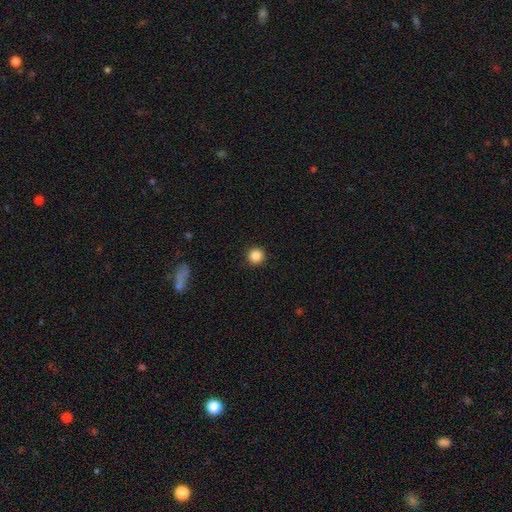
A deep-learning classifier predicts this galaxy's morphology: A smooth galaxy with no disk features (87%) that is round (96%). Merging: none (92%).